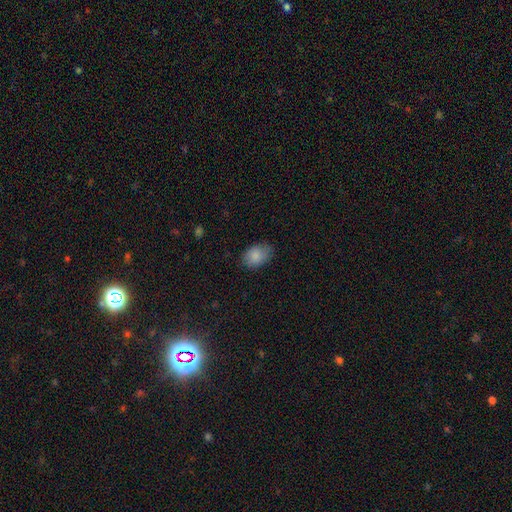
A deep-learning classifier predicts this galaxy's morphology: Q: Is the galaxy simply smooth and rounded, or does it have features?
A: smooth — 86%.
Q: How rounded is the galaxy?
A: in between — 80%.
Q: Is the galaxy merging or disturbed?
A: none — 77%.